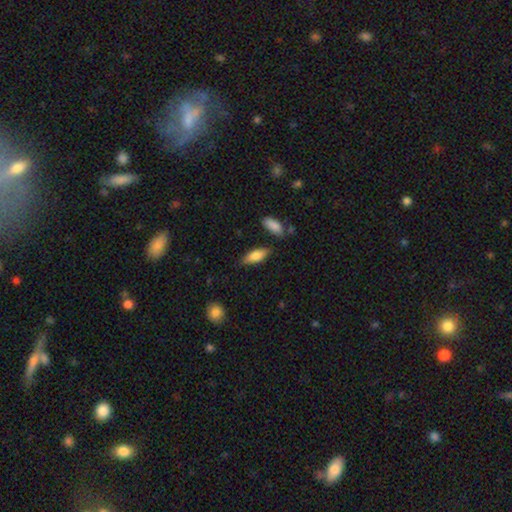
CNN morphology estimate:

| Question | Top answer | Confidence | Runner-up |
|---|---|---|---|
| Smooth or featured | smooth | 77% | featured or disk (17%) |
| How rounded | in between | 68% | cigar-shaped (30%) |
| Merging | none | 77% | minor disturbance (16%) |